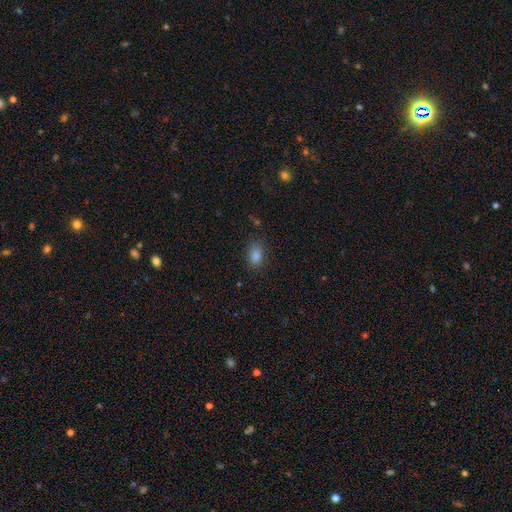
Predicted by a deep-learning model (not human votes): The model was most divided on "how rounded": in between: 81%, round: 17%, cigar-shaped: 2%. More confident: merging — none (82%); smooth or featured — smooth (81%).